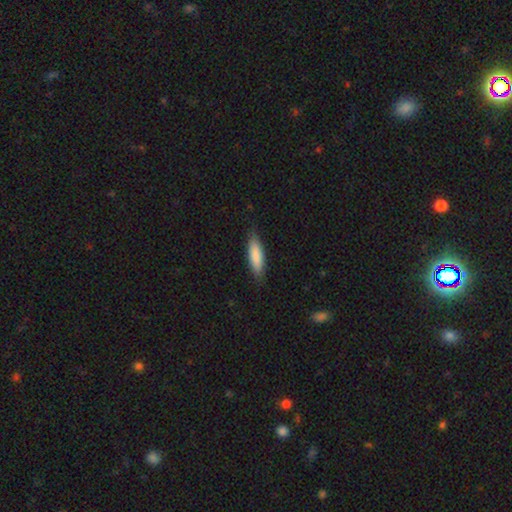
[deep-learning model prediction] Q: Smooth or featured?
A: smooth (86%); runner-up: featured or disk (9%)
Q: How rounded?
A: cigar-shaped (55%); runner-up: in between (44%)
Q: Merging?
A: none (84%); runner-up: minor disturbance (13%)